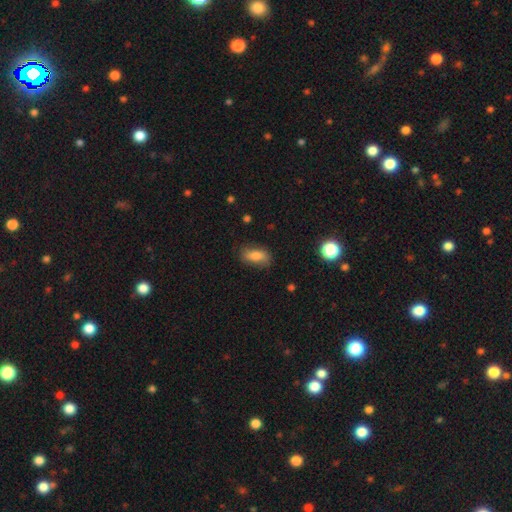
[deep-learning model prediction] Overall: smooth (75%). How rounded: in between (82%). Merging: none (75%).